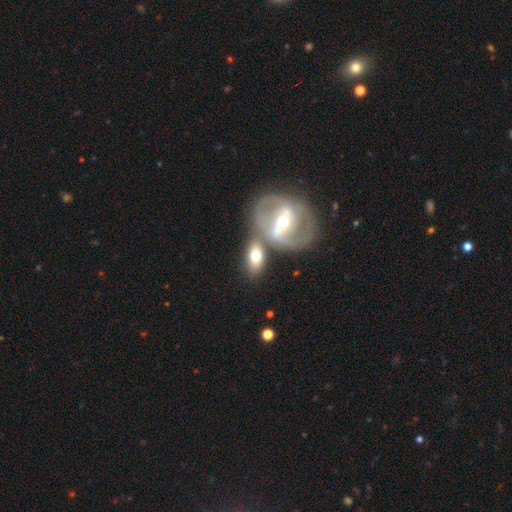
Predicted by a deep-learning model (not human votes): A smooth galaxy with no disk features (47%, tied with featured or disk).

Vote fractions:
- Smooth or featured? smooth: 47% (tied) / featured or disk: 47% (tied) / star or artifact: 6%
- Merging? none: 49% / merger: 33% / minor disturbance: 12% / major disturbance: 5%